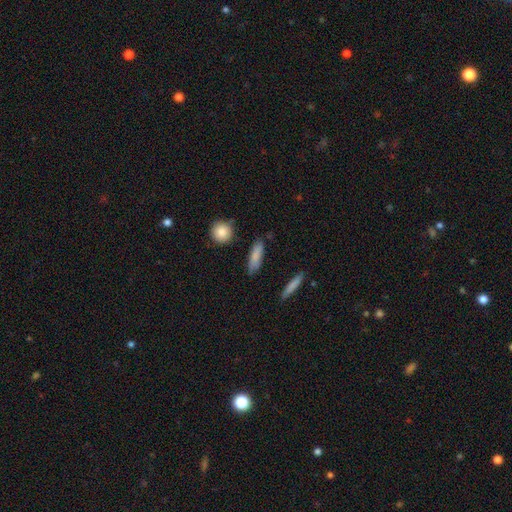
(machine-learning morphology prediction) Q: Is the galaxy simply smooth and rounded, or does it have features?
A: smooth — 81%.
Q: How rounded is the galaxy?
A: cigar-shaped — 58%.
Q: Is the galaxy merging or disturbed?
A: none — 82%.